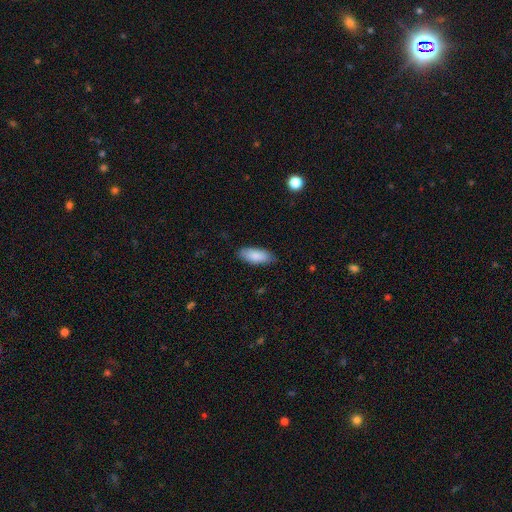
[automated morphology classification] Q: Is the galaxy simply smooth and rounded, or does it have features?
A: smooth — 87%.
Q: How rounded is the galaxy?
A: in between — 83%.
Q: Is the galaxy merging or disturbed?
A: none — 84%.